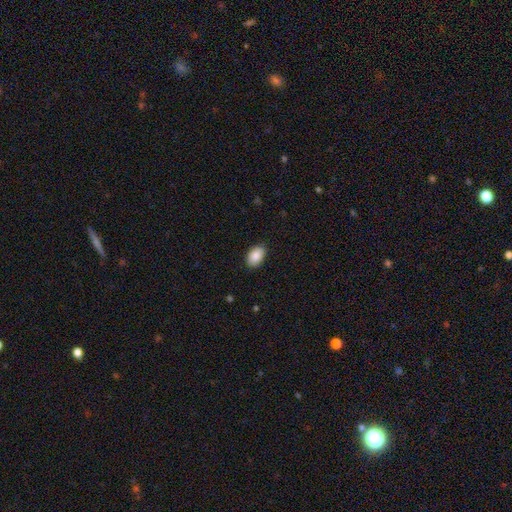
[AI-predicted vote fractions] smooth-or-featured: smooth: 88% | star or artifact: 7% | featured or disk: 5%
  how-rounded: in between: 90% | round: 9% | cigar-shaped: 1%
  merging: none: 85% | minor disturbance: 12% | major disturbance: 2% | merger: 1%